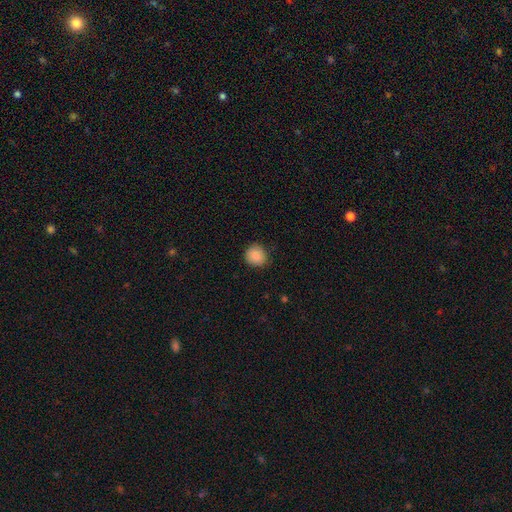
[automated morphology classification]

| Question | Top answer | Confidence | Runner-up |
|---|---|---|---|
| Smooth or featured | smooth | 88% | star or artifact (8%) |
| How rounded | round | 86% | in between (13%) |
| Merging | none | 84% | minor disturbance (13%) |